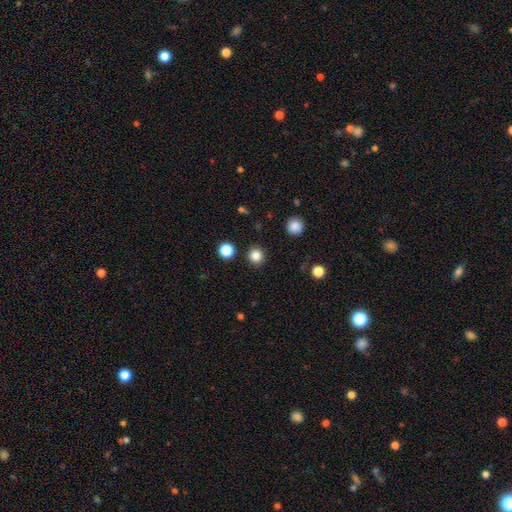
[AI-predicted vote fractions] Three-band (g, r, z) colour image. It shows a smooth galaxy with no disk features (83%) that is round (94%). Merging: none (92%).